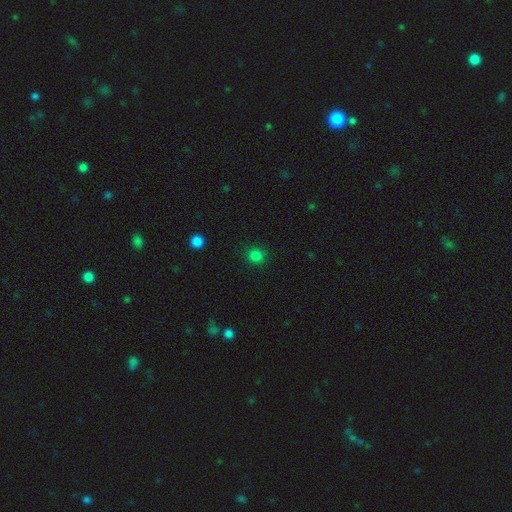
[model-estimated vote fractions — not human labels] Overall: smooth (82%). How rounded: round (91%). Merging: none (90%).